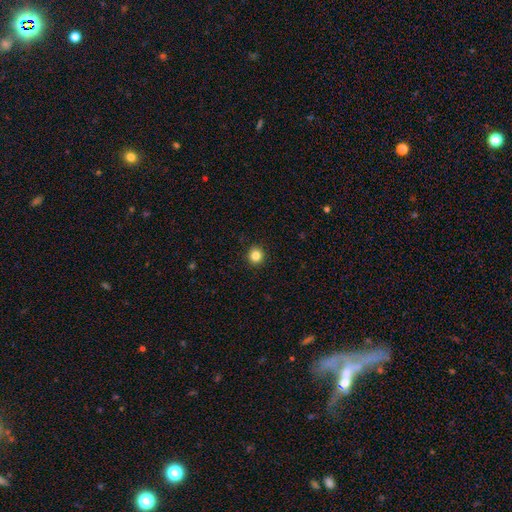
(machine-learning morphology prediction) A smooth galaxy with no disk features (84%) that is round (92%). Merging: none (93%).